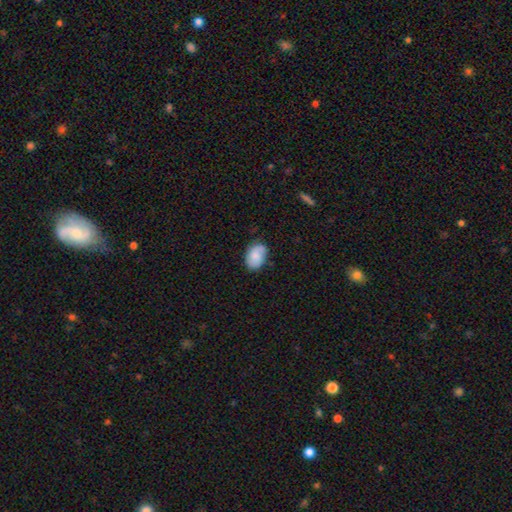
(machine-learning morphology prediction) The model was most divided on "smooth or featured": smooth: 67%, featured or disk: 26%, star or artifact: 7%. More confident: how rounded — in between (82%); merging — none (71%).